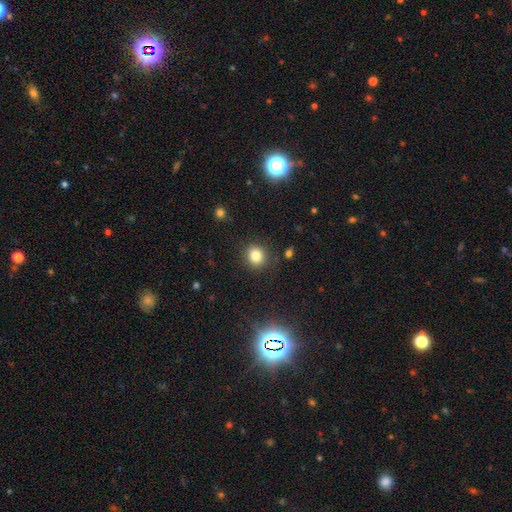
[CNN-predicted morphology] Smooth or featured? Predicted: smooth (p=0.82). How rounded? Predicted: round (p=0.83). Merging? Predicted: none (p=0.88).